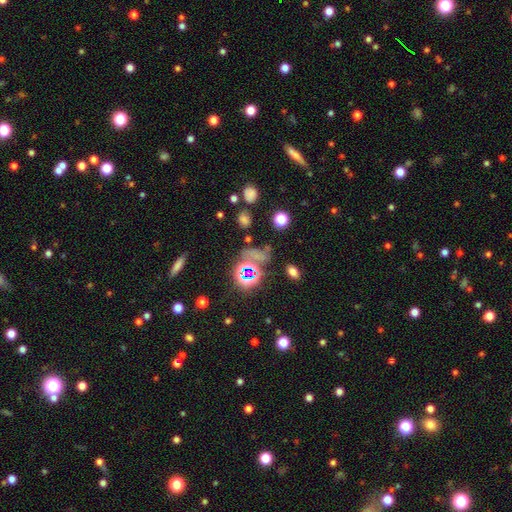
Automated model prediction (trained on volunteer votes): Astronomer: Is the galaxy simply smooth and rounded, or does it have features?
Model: star or artifact — 57%.